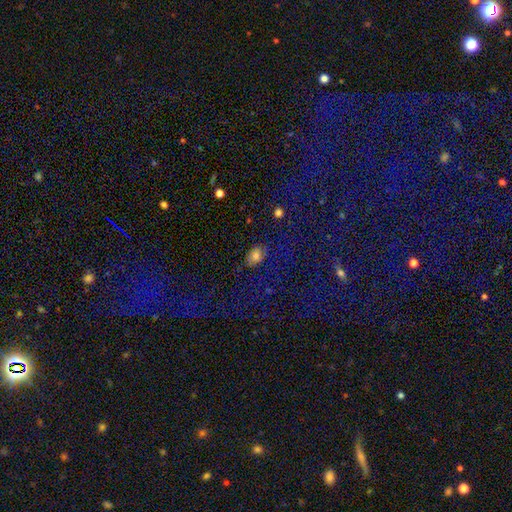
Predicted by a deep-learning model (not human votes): Overall: smooth (73%). How rounded: in between (77%). Merging: none (73%).